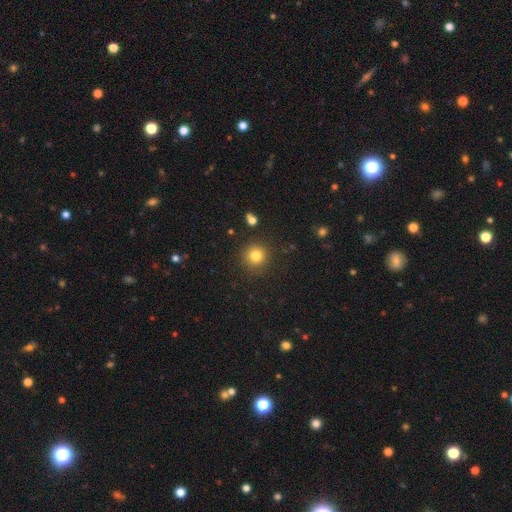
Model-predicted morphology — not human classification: type=smooth (81%); roundness=round (94%); merging=none (90%).